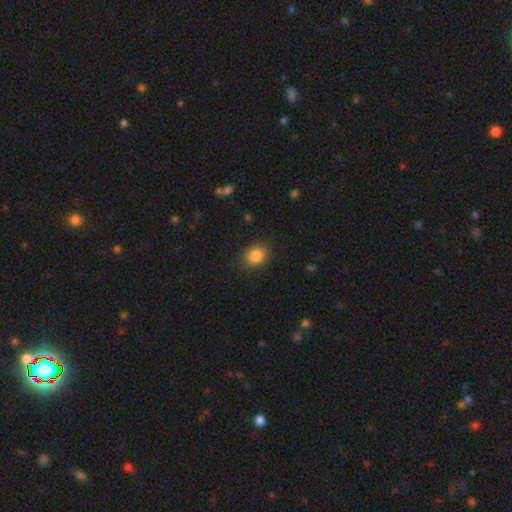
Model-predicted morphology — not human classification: Smooth or featured? smooth (85%)
How rounded? round (59%)
Merging? none (84%)